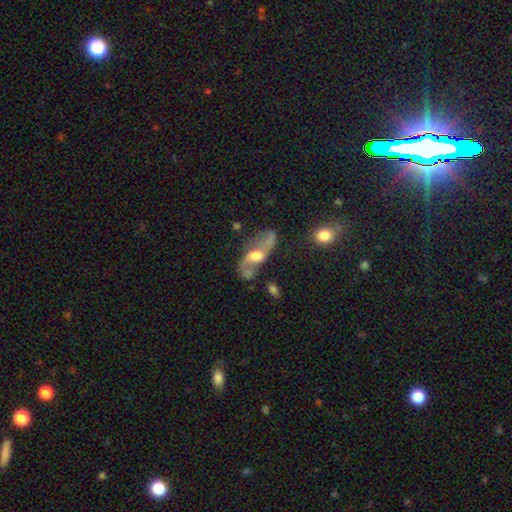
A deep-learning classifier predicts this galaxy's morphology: smooth_or_featured: featured or disk (p=0.73) [alt: smooth p=0.20]
disk_edge_on: no (p=0.88) [alt: yes p=0.12]
bar: no (p=0.50) [alt: weak p=0.37]
has_spiral_arms: yes (p=0.81) [alt: no p=0.19]
spiral_winding: loose (p=0.75) [alt: medium p=0.20]
spiral_arm_count: 2 (p=0.89) [alt: can't tell p=0.04]
bulge_size: moderate (p=0.54) [alt: large p=0.30]
merging: none (p=0.48) [alt: minor disturbance p=0.21]